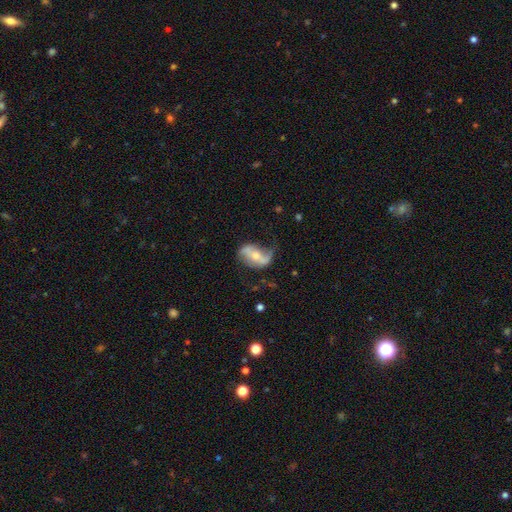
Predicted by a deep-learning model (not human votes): Smooth or featured? featured or disk (71%)
Edge-on disk? no (93%)
Bar? strong (40%)
Spiral arms? yes (83%)
Spiral winding? loose (71%)
Spiral arm count? 2 (83%)
Bulge size? moderate (51%)
Merging? none (56%)